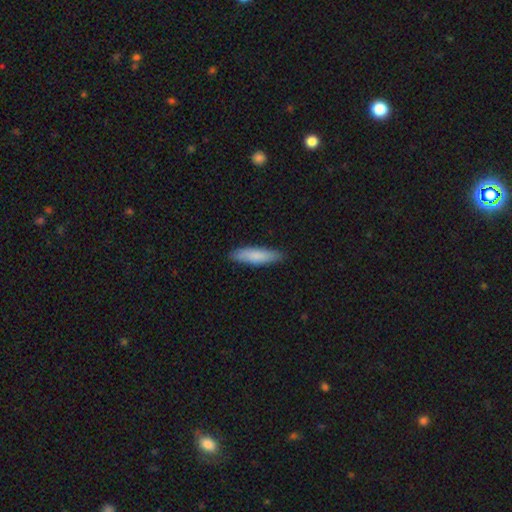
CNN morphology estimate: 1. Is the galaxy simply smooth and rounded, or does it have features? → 82% smooth, 13% featured or disk, 5% star or artifact.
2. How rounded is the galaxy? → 75% cigar-shaped, 24% in between, 1% round.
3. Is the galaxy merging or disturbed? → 87% none, 10% minor disturbance, 2% major disturbance, 1% merger.